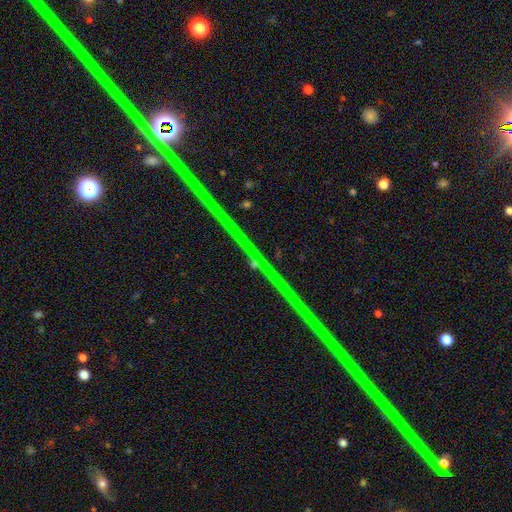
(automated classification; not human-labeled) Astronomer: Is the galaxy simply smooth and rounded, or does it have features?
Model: star or artifact — 87%.